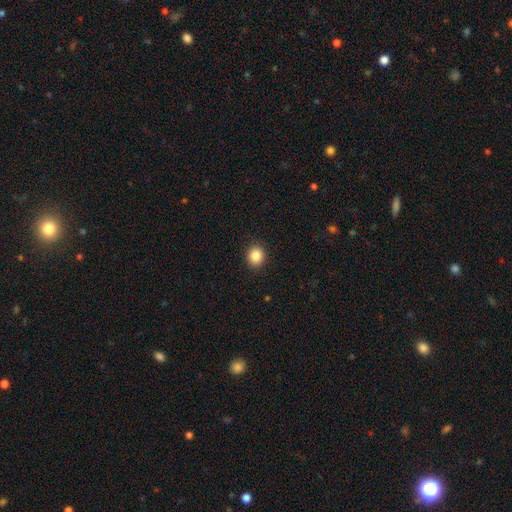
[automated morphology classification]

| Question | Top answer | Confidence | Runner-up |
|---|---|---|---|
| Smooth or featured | smooth | 86% | star or artifact (10%) |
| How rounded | round | 79% | in between (20%) |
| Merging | none | 91% | minor disturbance (6%) |